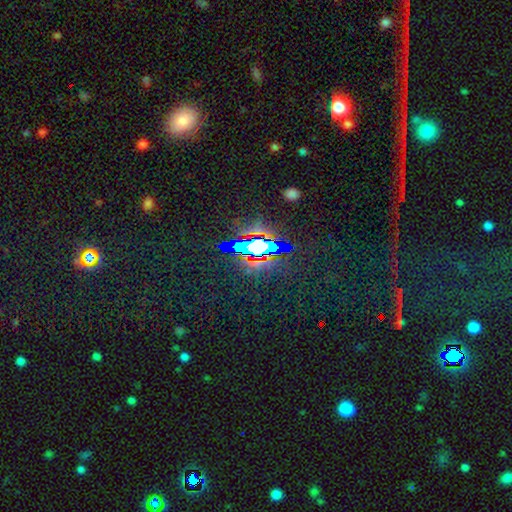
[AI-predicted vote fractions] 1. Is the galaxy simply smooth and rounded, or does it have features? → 71% star or artifact, 16% smooth, 13% featured or disk.